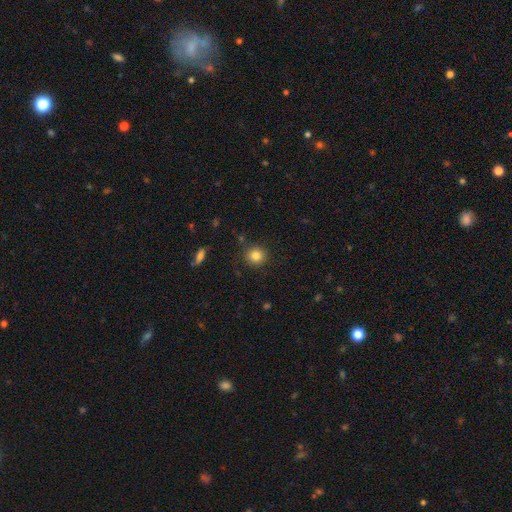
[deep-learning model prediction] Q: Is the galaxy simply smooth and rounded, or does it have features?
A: smooth — 84%.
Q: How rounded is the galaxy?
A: round — 91%.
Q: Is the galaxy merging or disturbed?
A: none — 88%.